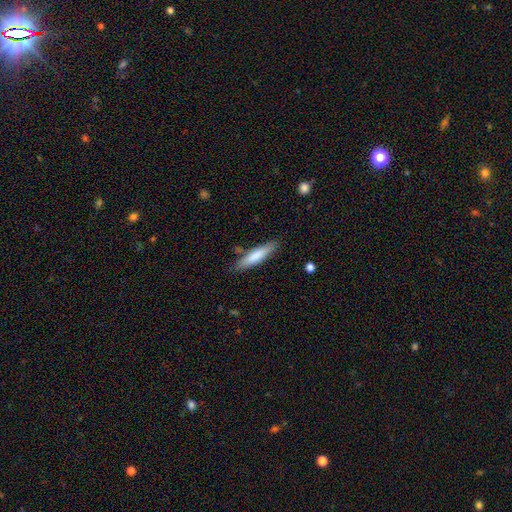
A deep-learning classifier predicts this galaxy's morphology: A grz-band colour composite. It shows a smooth galaxy with no disk features (76%) that is cigar-shaped (78%). Merging: none (80%).